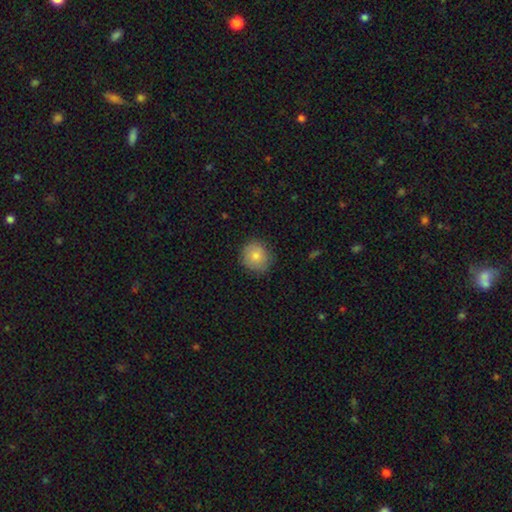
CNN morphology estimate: smooth-or-featured: smooth: 82% | featured or disk: 10% | star or artifact: 8%
  how-rounded: round: 90% | in between: 9% | cigar-shaped: 1%
  merging: none: 83% | minor disturbance: 13% | major disturbance: 3% | merger: 1%